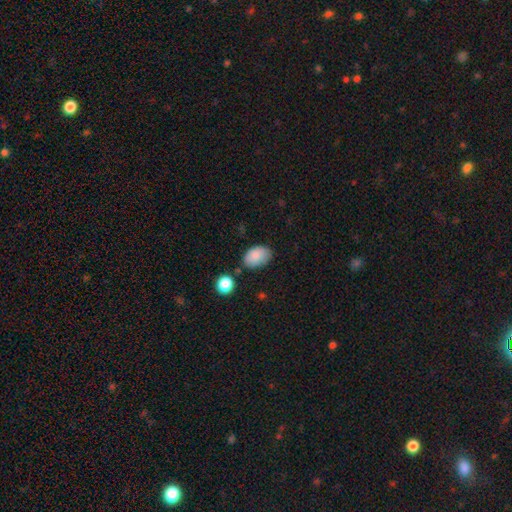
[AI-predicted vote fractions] This is clearly a smooth galaxy (86%). How rounded: clearly in between (88%). Merging: likely none (69%).